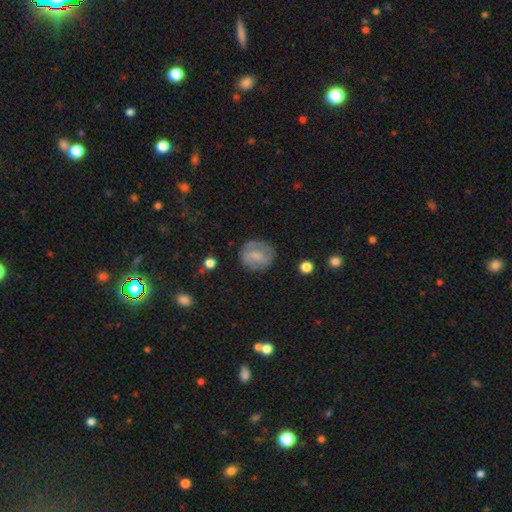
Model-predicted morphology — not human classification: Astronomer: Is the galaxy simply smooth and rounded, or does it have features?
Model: smooth — 58%.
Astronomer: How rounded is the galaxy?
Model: round — 72%.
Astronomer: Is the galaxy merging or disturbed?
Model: none — 71%.